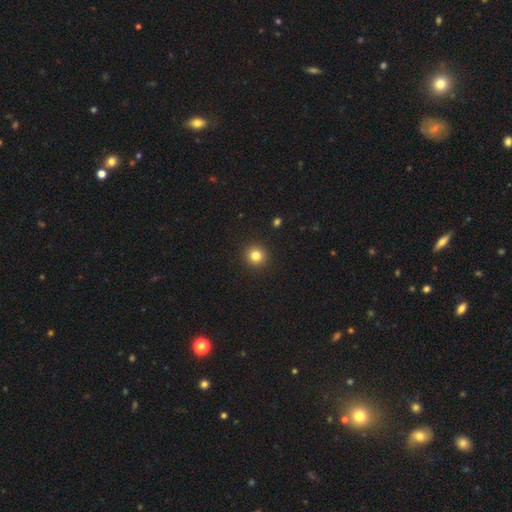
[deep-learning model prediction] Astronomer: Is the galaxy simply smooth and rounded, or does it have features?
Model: smooth — 82%.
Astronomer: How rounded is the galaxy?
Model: round — 94%.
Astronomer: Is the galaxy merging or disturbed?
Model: none — 93%.